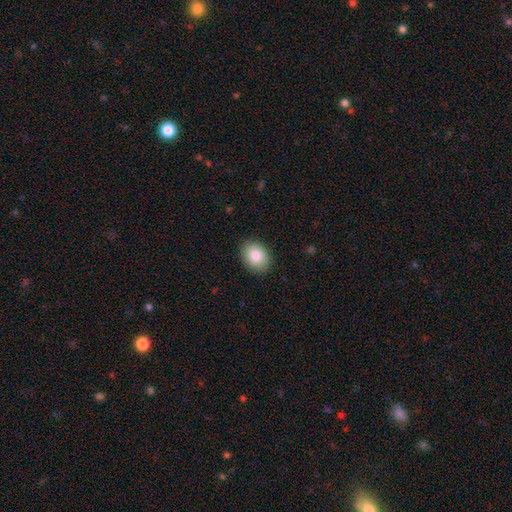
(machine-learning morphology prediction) Smooth or featured? smooth (85%)
How rounded? in between (71%)
Merging? none (88%)